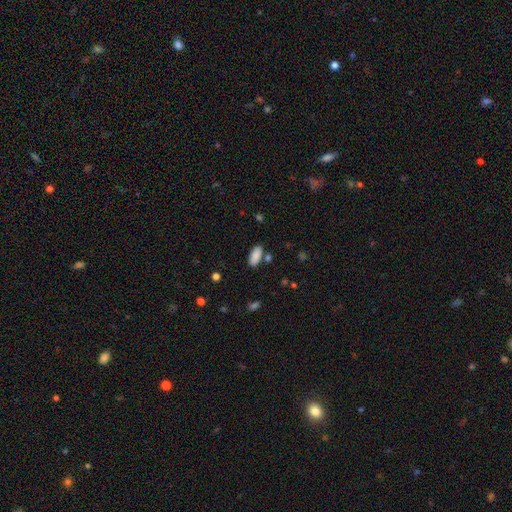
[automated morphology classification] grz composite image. It shows a smooth galaxy with no disk features (88%) that is in between round and cigar-shaped (86%). Merging: none (79%).